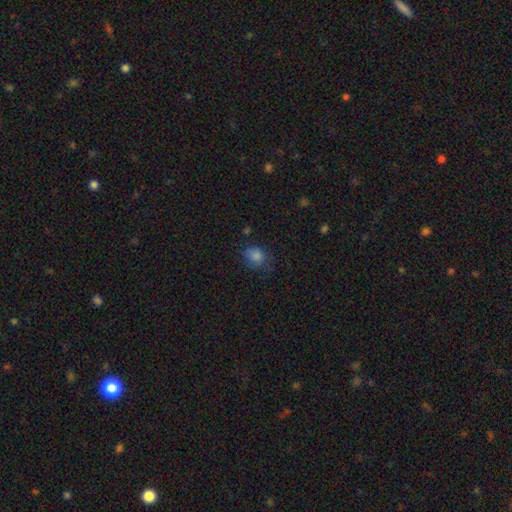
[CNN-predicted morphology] smooth-or-featured: smooth: 79% | star or artifact: 13% | featured or disk: 8%
  how-rounded: round: 56% | in between: 43% | cigar-shaped: 1%
  merging: none: 58% | minor disturbance: 27% | major disturbance: 12% | merger: 2%